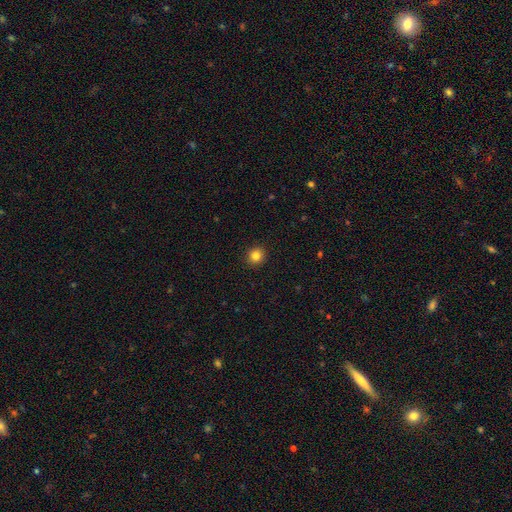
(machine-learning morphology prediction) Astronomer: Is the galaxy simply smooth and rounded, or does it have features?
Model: smooth — 84%.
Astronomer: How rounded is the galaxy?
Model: round — 91%.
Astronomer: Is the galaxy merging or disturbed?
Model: none — 93%.